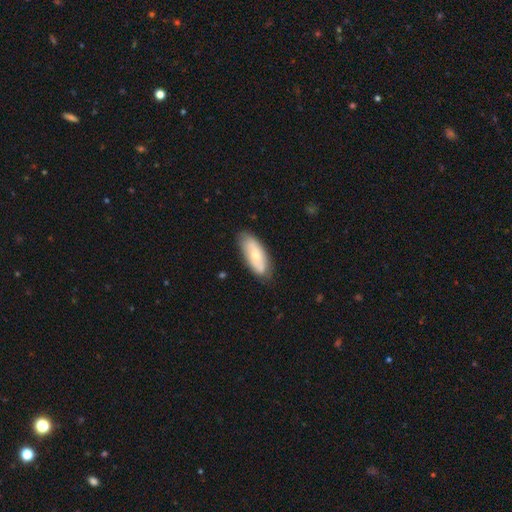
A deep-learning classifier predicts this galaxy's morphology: Smooth or featured: smooth — 57% (featured or disk — 37%)
How rounded: in between — 78% (cigar-shaped — 20%)
Merging: none — 78% (minor disturbance — 17%)